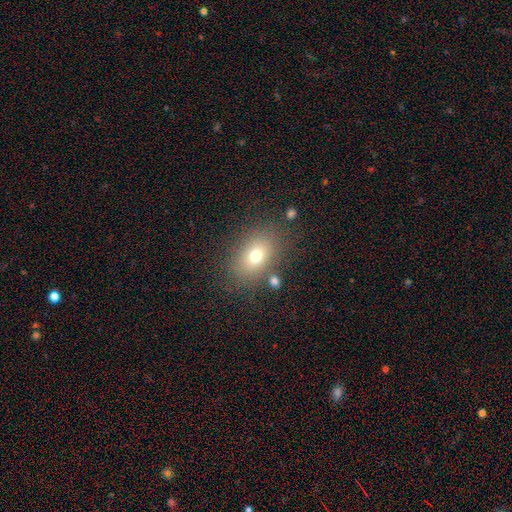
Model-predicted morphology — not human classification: smooth_or_featured: smooth (p=0.72) [alt: featured or disk p=0.16]
how_rounded: in between (p=0.79) [alt: round p=0.19]
merging: none (p=0.79) [alt: minor disturbance p=0.12]